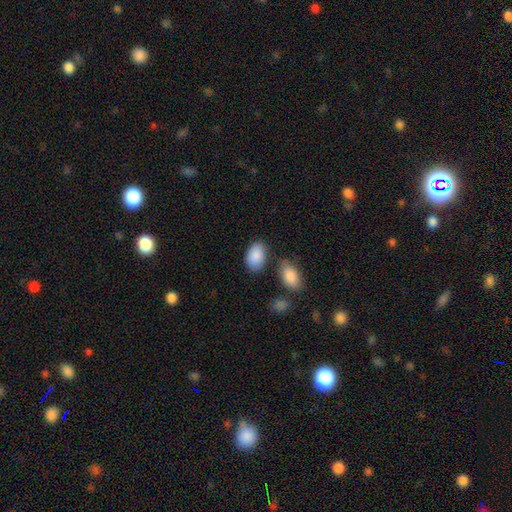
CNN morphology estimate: smooth-or-featured: smooth: 89% | star or artifact: 6% | featured or disk: 5%
  how-rounded: in between: 91% | round: 8% | cigar-shaped: 1%
  merging: none: 71% | minor disturbance: 17% | merger: 7% | major disturbance: 4%